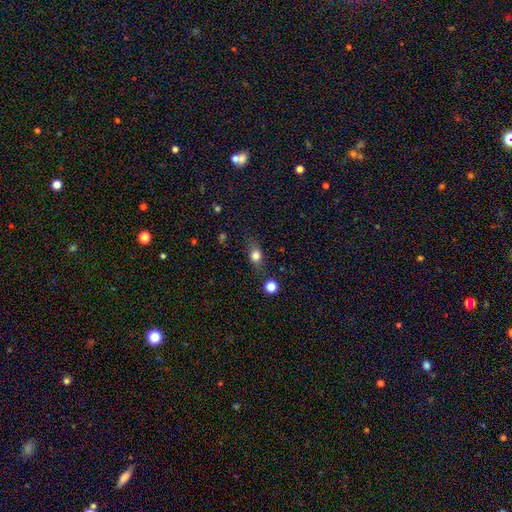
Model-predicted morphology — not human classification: A smooth galaxy with no disk features (74%) that is in between round and cigar-shaped (53%).

Vote fractions:
- Smooth or featured? smooth: 74% / featured or disk: 14% / star or artifact: 12%
- How rounded? in between: 53% / round: 39% / cigar-shaped: 7%
- Merging? none: 67% / minor disturbance: 21% / major disturbance: 8% / merger: 4%